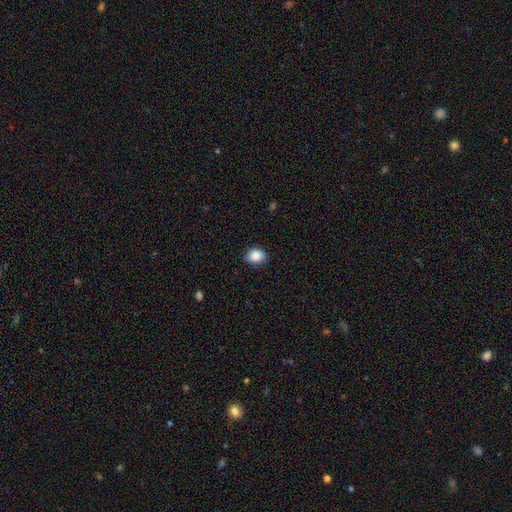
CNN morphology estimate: This appears to be a smooth galaxy with no disk features (87%) that is in between round and cigar-shaped (59%). Merging: none (87%).